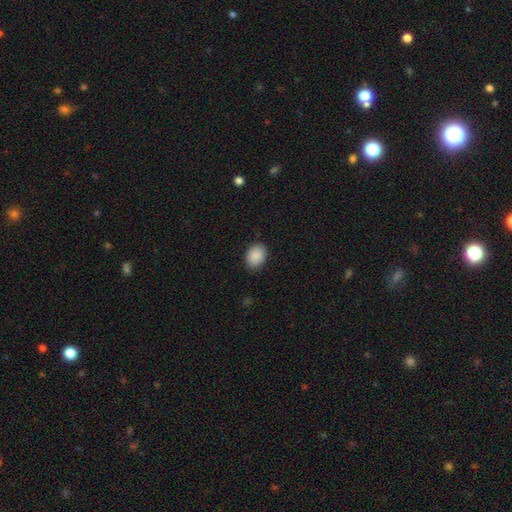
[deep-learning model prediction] This is clearly a smooth galaxy (90%). How rounded: likely in between (64%). Merging: clearly none (86%).